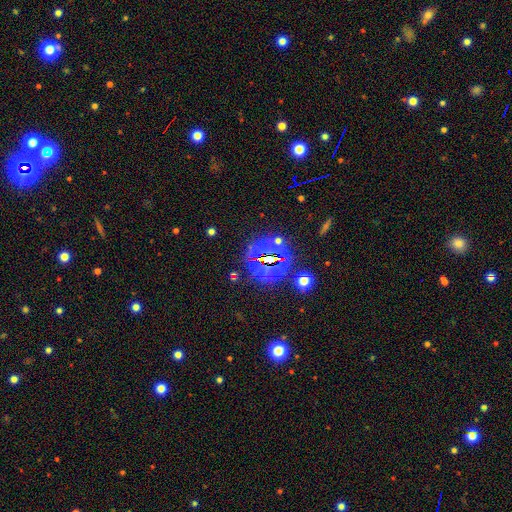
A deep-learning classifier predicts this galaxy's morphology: star or artifact 76%, smooth 14%, featured or disk 10%.